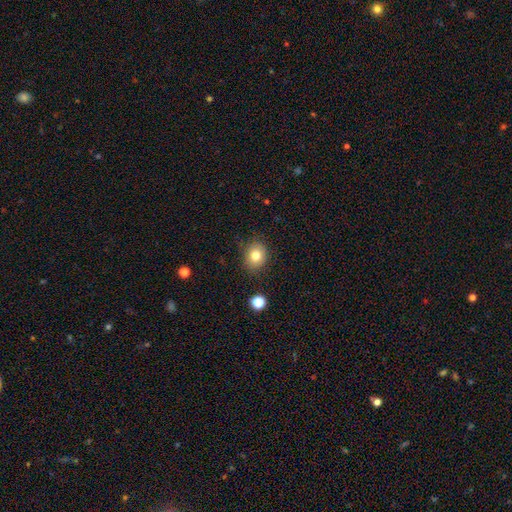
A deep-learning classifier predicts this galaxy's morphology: smooth_or_featured: smooth (p=0.80) [alt: star or artifact p=0.11]
how_rounded: round (p=0.61) [alt: in between p=0.38]
merging: none (p=0.85) [alt: minor disturbance p=0.11]